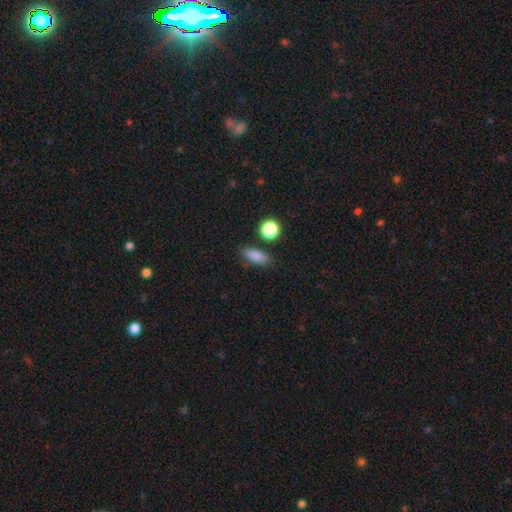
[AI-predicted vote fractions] A smooth galaxy with no disk features (83%) that is in between round and cigar-shaped (69%).

Vote fractions:
- Smooth or featured? smooth: 83% / star or artifact: 10% / featured or disk: 7%
- How rounded? in between: 69% / cigar-shaped: 22% / round: 10%
- Merging? none: 80% / minor disturbance: 13% / merger: 4% / major disturbance: 3%